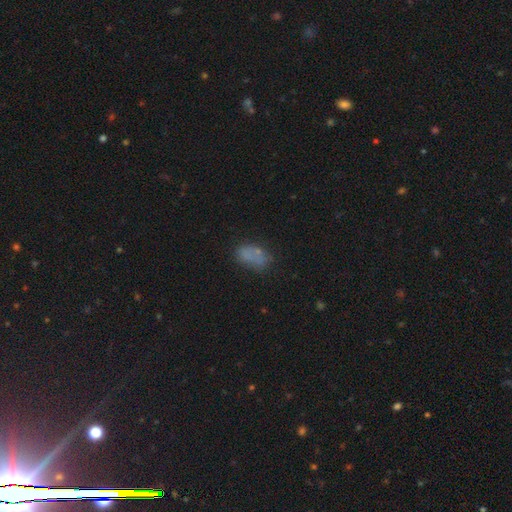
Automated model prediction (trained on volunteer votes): A smooth galaxy with no disk features (67%) that is in between round and cigar-shaped (88%).

Vote fractions:
- Smooth or featured? smooth: 67% / featured or disk: 19% / star or artifact: 14%
- How rounded? in between: 88% / round: 8% / cigar-shaped: 4%
- Merging? none: 55% / minor disturbance: 21% / merger: 12% / major disturbance: 12%